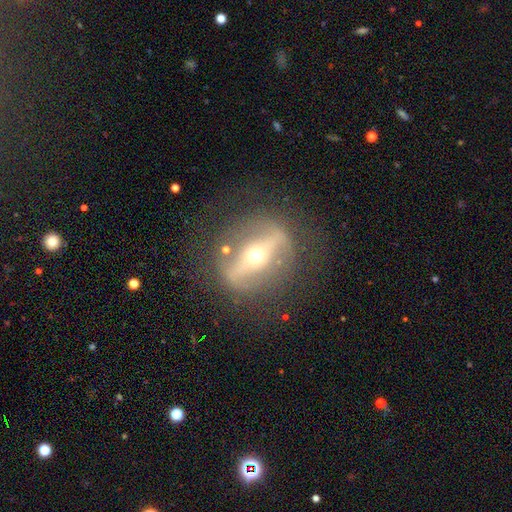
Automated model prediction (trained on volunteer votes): Q: Smooth or featured?
A: featured or disk (78%); runner-up: smooth (13%)
Q: Edge-on disk?
A: no (63%); runner-up: yes (37%)
Q: Merging?
A: none (76%); runner-up: minor disturbance (12%)